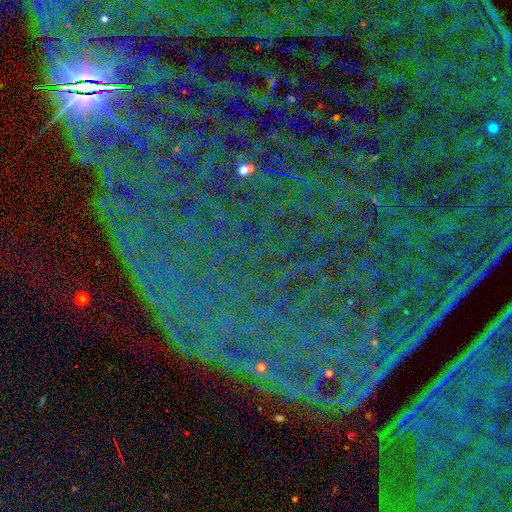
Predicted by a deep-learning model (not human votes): Smooth or featured? star or artifact (84%)